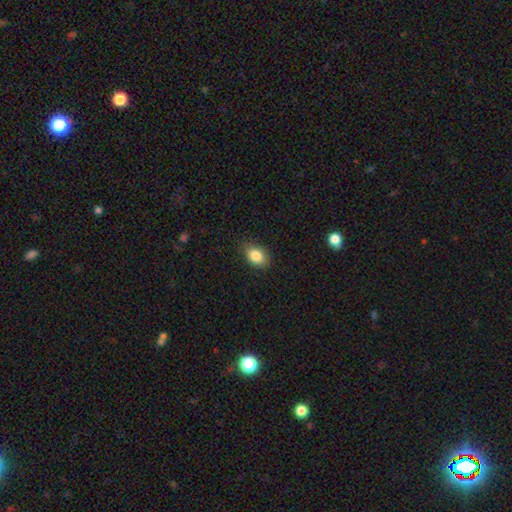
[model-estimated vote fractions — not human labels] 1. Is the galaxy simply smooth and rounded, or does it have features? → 85% smooth, 8% star or artifact, 6% featured or disk.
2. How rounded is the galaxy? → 82% in between, 17% round, 1% cigar-shaped.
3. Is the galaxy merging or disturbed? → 84% none, 13% minor disturbance, 3% major disturbance, 1% merger.